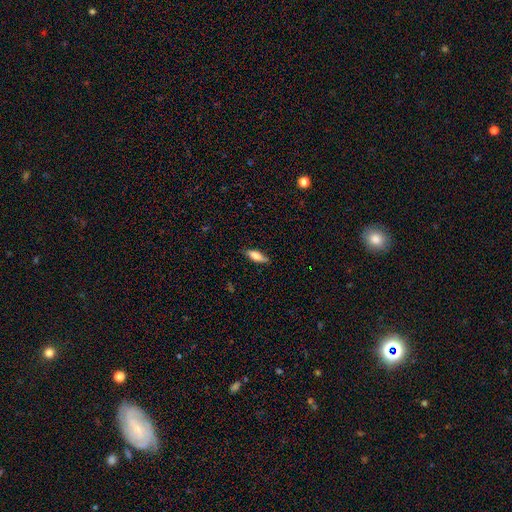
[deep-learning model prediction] A smooth galaxy with no disk features (77%) that is in between round and cigar-shaped (66%).

Vote fractions:
- Smooth or featured? smooth: 77% / featured or disk: 17% / star or artifact: 7%
- How rounded? in between: 66% / cigar-shaped: 31% / round: 2%
- Merging? none: 77% / minor disturbance: 18% / major disturbance: 3% / merger: 1%